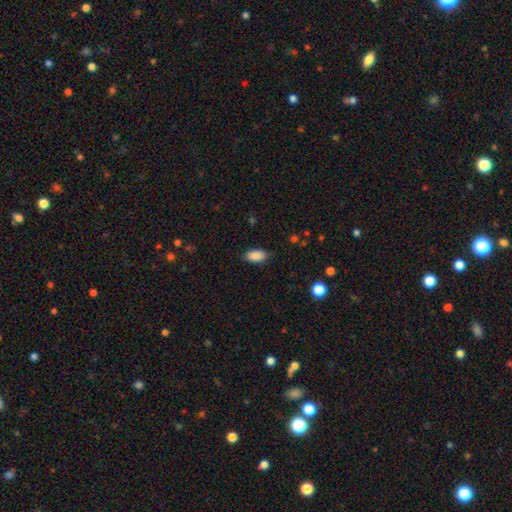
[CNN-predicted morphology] This is clearly a smooth galaxy (88%). How rounded: clearly in between (92%). Merging: clearly none (83%).